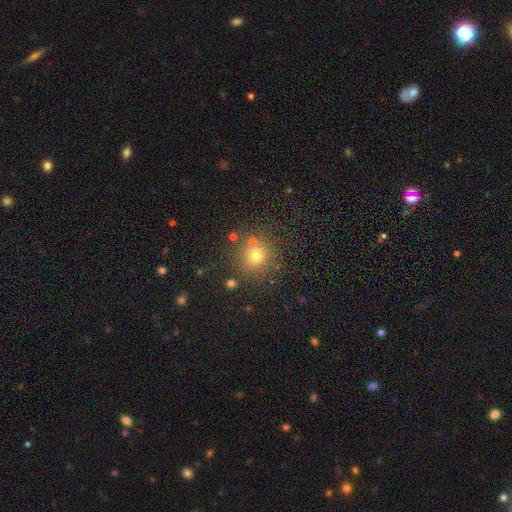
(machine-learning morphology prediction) This is likely a smooth galaxy (72%). How rounded: clearly round (91%). Merging: likely none (79%).